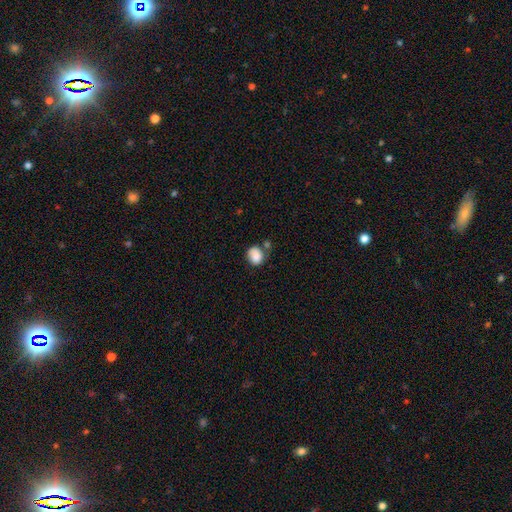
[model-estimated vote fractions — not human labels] Q: Smooth or featured?
A: smooth (84%); runner-up: star or artifact (8%)
Q: How rounded?
A: round (62%); runner-up: in between (37%)
Q: Merging?
A: none (48%); runner-up: minor disturbance (26%)